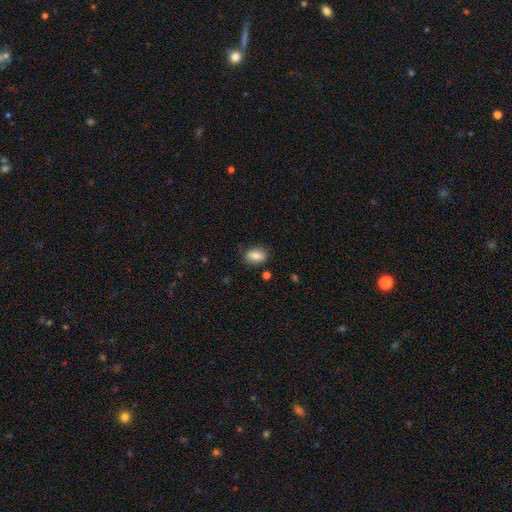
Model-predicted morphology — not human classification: Smooth or featured? Predicted: smooth (p=0.84). How rounded? Predicted: in between (p=0.84). Merging? Predicted: none (p=0.82).